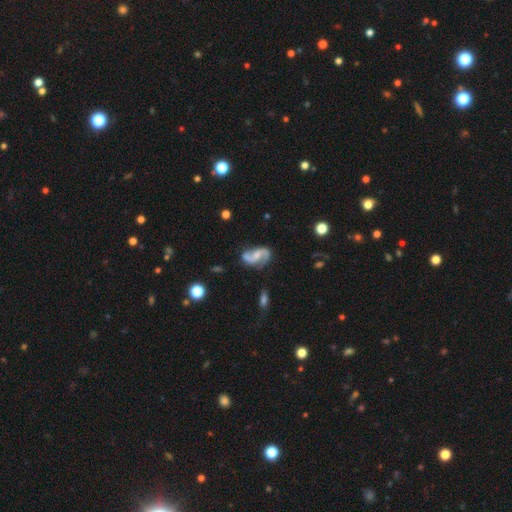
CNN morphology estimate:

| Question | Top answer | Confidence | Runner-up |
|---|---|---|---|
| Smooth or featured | featured or disk | 88% | smooth (7%) |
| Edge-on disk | no | 98% | yes (2%) |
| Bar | no | 47% | weak (40%) |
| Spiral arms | yes | 97% | no (3%) |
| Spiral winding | loose | 50% | medium (40%) |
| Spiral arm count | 2 | 92% | can't tell (2%) |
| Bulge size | small | 39% | moderate (33%) |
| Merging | none | 69% | minor disturbance (18%) |